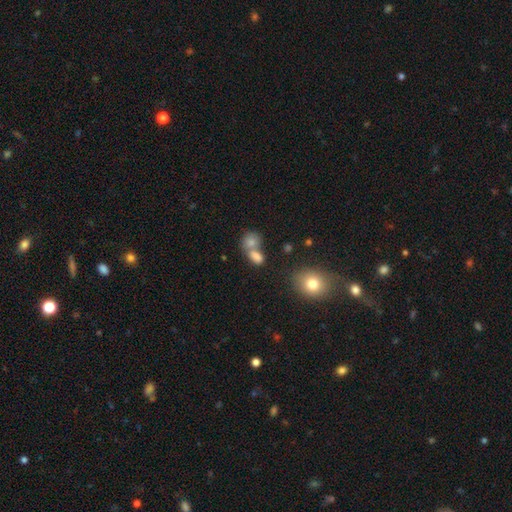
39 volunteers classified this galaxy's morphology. Smooth or featured? 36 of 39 (92%) said smooth. How rounded? 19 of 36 (53%) said in between. Merging? 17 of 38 (45%, tied with merger) said none.